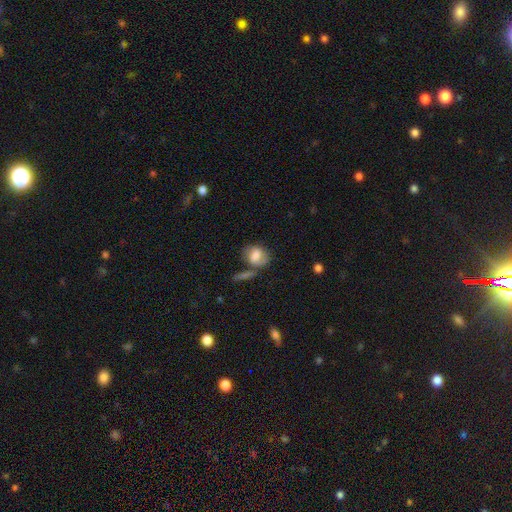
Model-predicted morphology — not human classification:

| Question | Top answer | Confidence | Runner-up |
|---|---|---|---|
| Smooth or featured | smooth | 61% | featured or disk (30%) |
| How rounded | in between | 51% | round (48%) |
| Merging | none | 44% | minor disturbance (23%) |